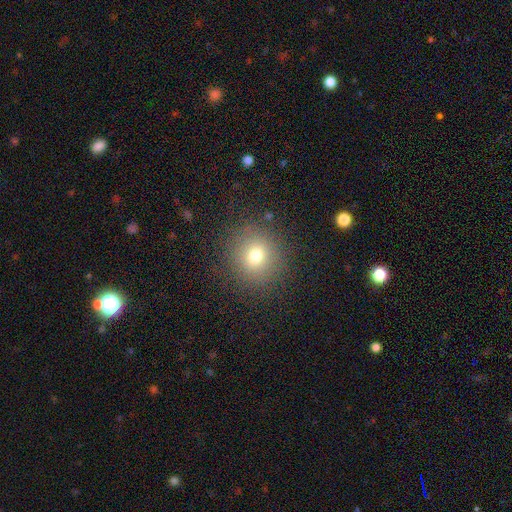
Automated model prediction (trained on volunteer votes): Q: Smooth or featured?
A: smooth (74%); runner-up: star or artifact (16%)
Q: How rounded?
A: round (90%); runner-up: in between (9%)
Q: Merging?
A: none (87%); runner-up: minor disturbance (8%)